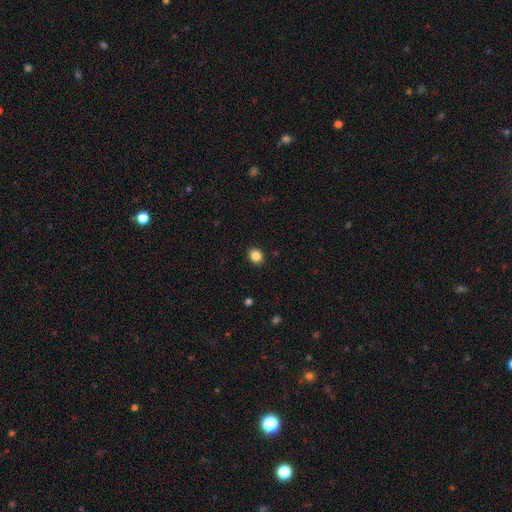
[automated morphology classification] Smooth or featured? Predicted: smooth (p=0.86). How rounded? Predicted: round (p=0.54). Merging? Predicted: none (p=0.90).